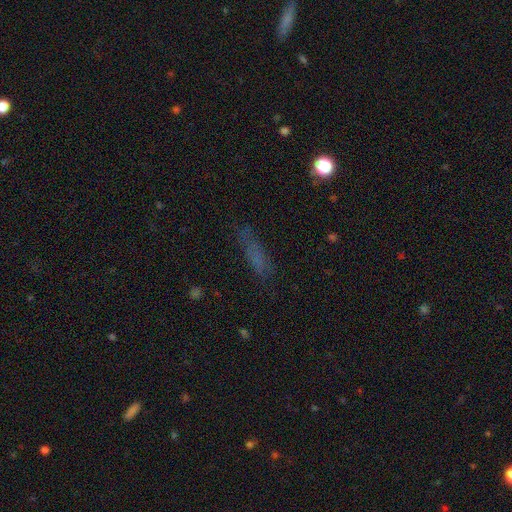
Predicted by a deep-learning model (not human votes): This is possibly a smooth galaxy (58%). How rounded: likely cigar-shaped (68%). Merging: likely none (68%).